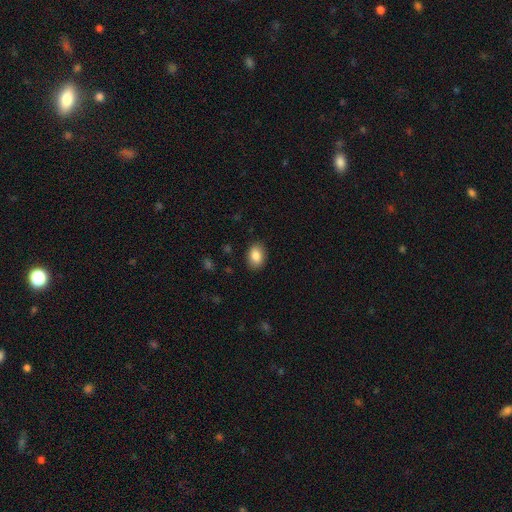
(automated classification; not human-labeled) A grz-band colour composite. It shows a smooth galaxy with no disk features (86%) that is in between round and cigar-shaped (82%). Merging: none (87%).